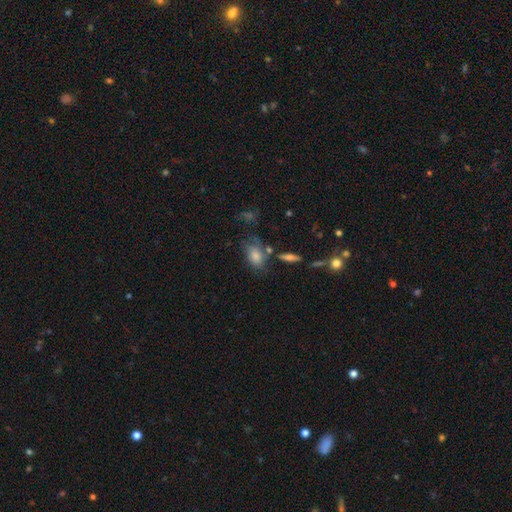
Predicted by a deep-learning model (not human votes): Morphology: type=smooth (76%); roundness=in between (84%); merging=none (50%).